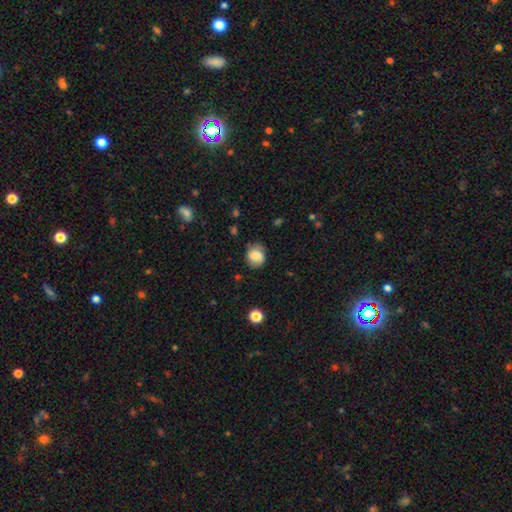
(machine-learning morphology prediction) Smooth or featured? Predicted: smooth (p=0.79). How rounded? Predicted: round (p=0.71). Merging? Predicted: none (p=0.71).